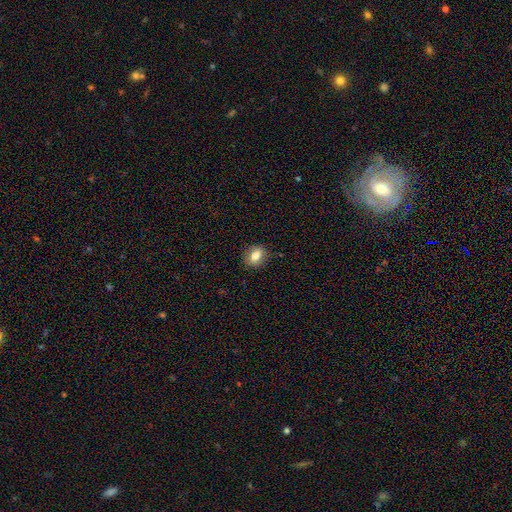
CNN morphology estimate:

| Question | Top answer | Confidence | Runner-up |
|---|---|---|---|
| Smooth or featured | smooth | 79% | featured or disk (12%) |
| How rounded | in between | 66% | round (31%) |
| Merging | none | 83% | minor disturbance (13%) |